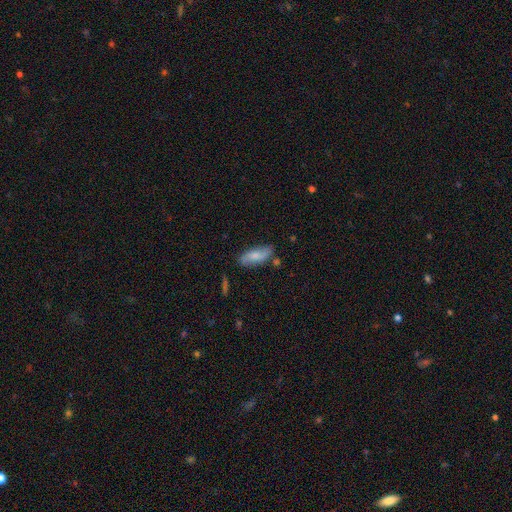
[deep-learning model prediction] smooth-or-featured: smooth: 67% | featured or disk: 27% | star or artifact: 6%
  how-rounded: in between: 72% | cigar-shaped: 26% | round: 3%
  merging: none: 73% | minor disturbance: 20% | major disturbance: 4% | merger: 4%